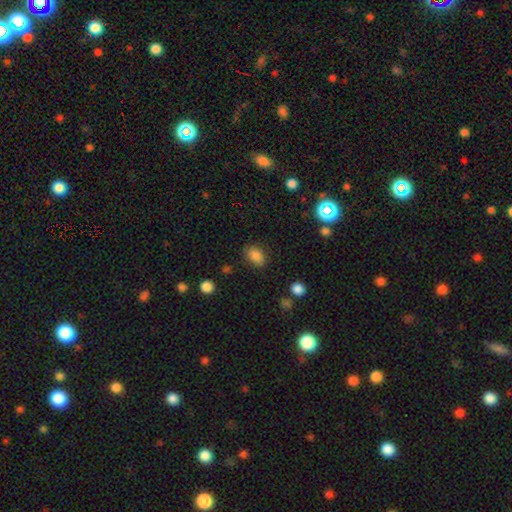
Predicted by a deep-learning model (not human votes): Overall: smooth (83%). How rounded: in between (80%). Merging: none (80%).